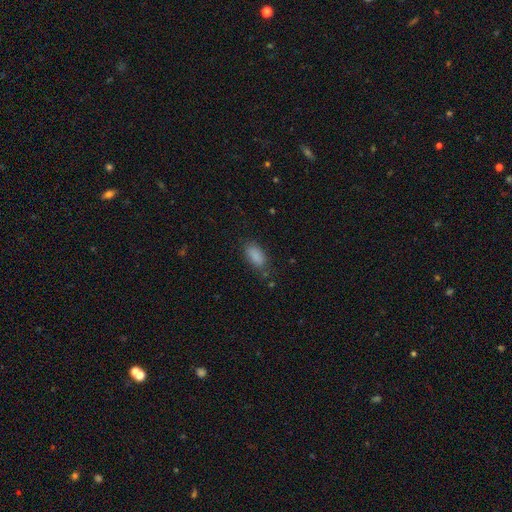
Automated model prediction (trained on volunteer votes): Smooth or featured? smooth (87%)
How rounded? in between (90%)
Merging? none (76%)